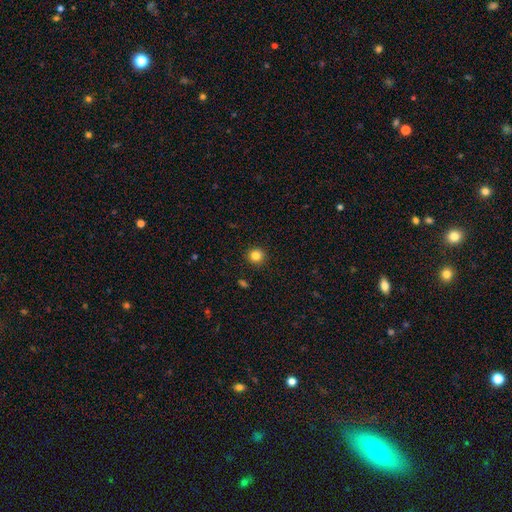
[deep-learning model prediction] Overall: smooth (84%). How rounded: round (92%). Merging: none (91%).